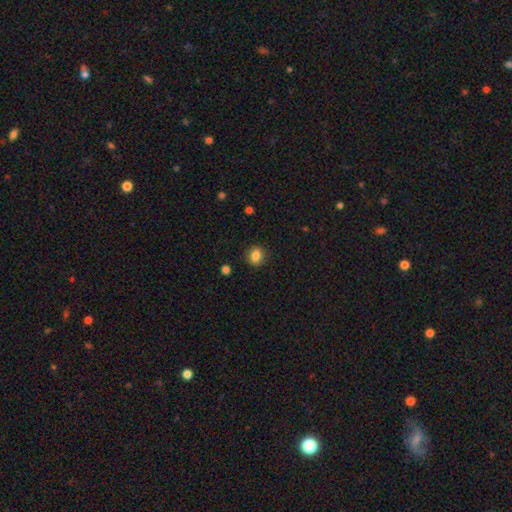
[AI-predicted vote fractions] A smooth galaxy with no disk features (83%) that is round (61%).

Vote fractions:
- Smooth or featured? smooth: 83% / star or artifact: 10% / featured or disk: 7%
- How rounded? round: 61% / in between: 38% / cigar-shaped: 1%
- Merging? none: 87% / minor disturbance: 9% / major disturbance: 2% / merger: 1%